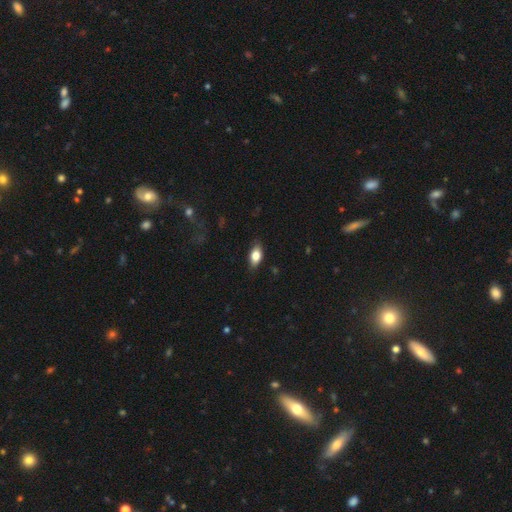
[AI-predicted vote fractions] Smooth or featured? Predicted: smooth (p=0.79). How rounded? Predicted: in between (p=0.88). Merging? Predicted: none (p=0.80).